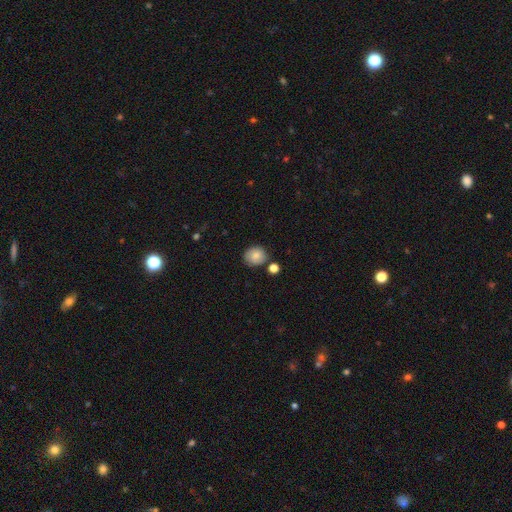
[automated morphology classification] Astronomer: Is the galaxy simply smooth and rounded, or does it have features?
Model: smooth — 82%.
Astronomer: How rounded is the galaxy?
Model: round — 78%.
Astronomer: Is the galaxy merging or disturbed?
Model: none — 80%.